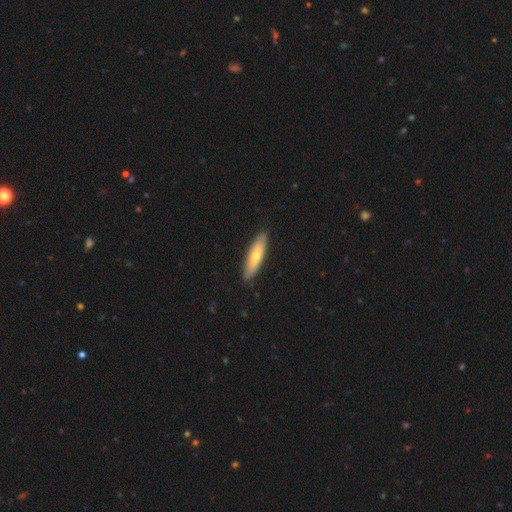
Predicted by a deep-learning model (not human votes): Smooth or featured? smooth (62%)
How rounded? cigar-shaped (69%)
Merging? none (89%)